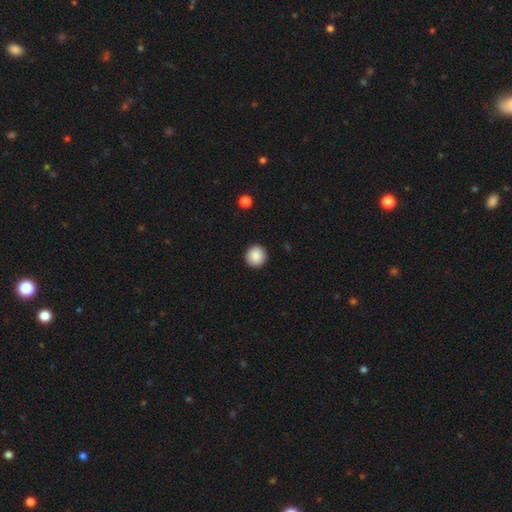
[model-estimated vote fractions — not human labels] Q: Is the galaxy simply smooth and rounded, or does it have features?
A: smooth — 89%.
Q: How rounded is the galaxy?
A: round — 93%.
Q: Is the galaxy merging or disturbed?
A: none — 92%.